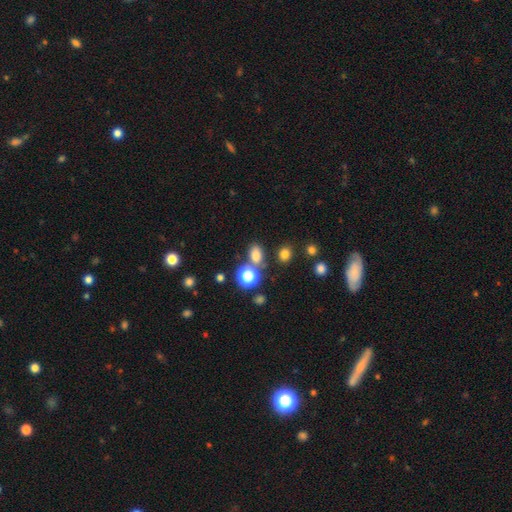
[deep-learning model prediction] Q: Smooth or featured?
A: smooth (74%); runner-up: star or artifact (19%)
Q: How rounded?
A: in between (68%); runner-up: round (31%)
Q: Merging?
A: none (72%); runner-up: merger (14%)